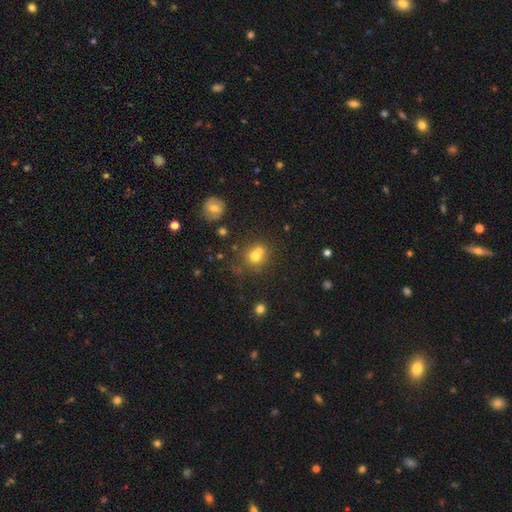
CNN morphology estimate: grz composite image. It shows a smooth galaxy with no disk features (68%) that is round (76%). Merging: none (46%).